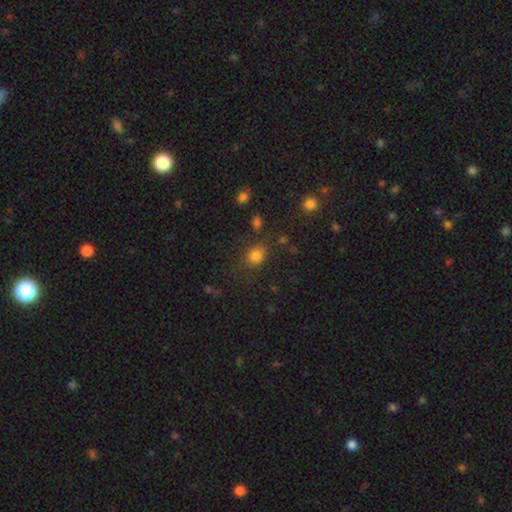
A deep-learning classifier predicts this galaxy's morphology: This appears to be a smooth galaxy with no disk features (78%) that is round (70%). Merging: none (73%).